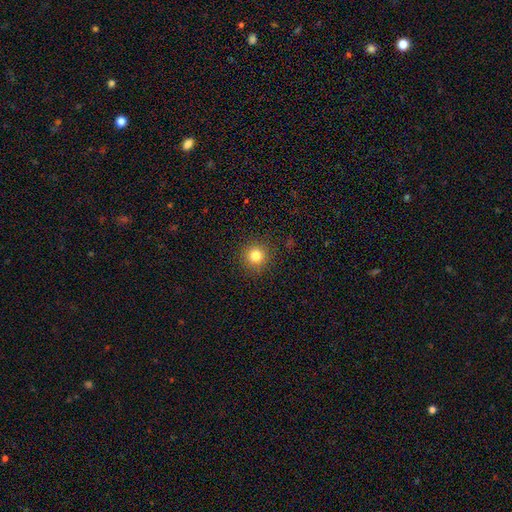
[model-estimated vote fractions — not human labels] Q: Smooth or featured?
A: smooth (81%); runner-up: star or artifact (13%)
Q: How rounded?
A: round (94%); runner-up: in between (5%)
Q: Merging?
A: none (91%); runner-up: minor disturbance (6%)